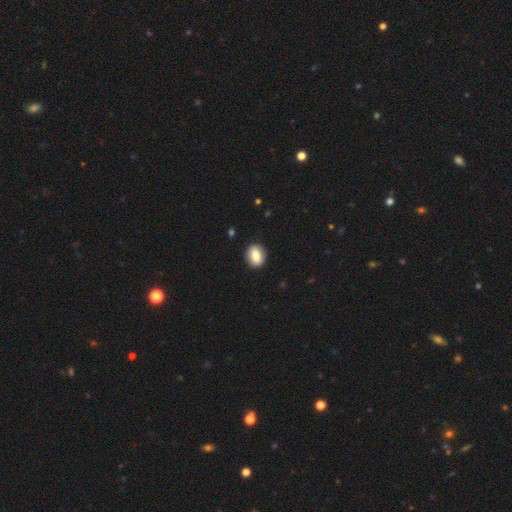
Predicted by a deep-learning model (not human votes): Smooth or featured? smooth (79%)
How rounded? in between (61%)
Merging? none (88%)